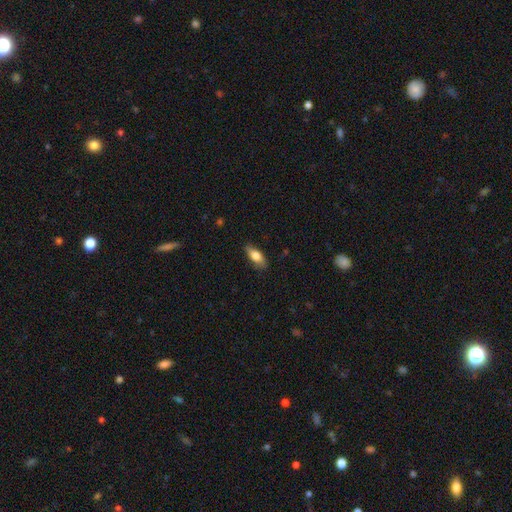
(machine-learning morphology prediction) smooth 75%, featured or disk 19%, star or artifact 6%. Down the decision tree: how rounded — in between (75%); merging — none (83%).